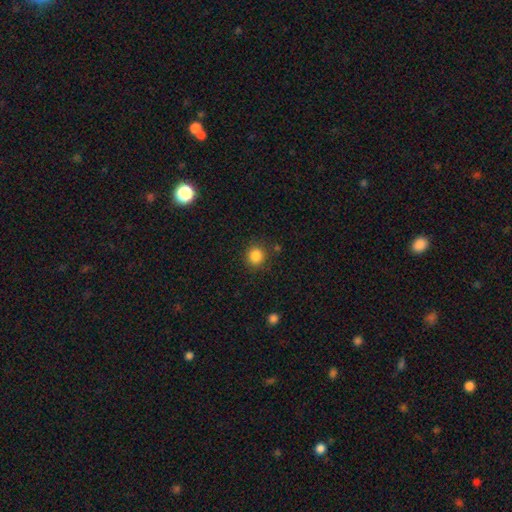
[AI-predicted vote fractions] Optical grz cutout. It shows a smooth galaxy with no disk features (85%) that is round (89%). Merging: none (86%).